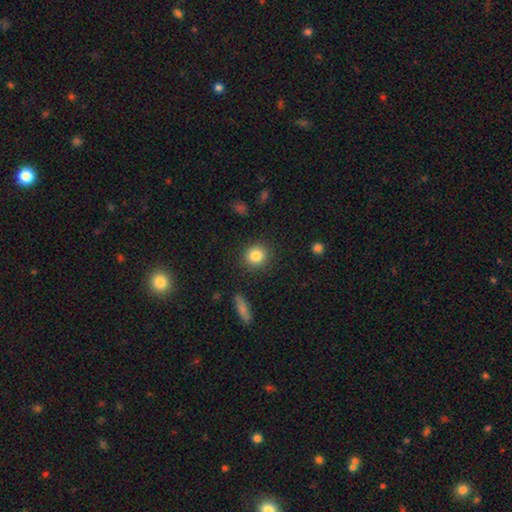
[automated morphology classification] Smooth or featured? Predicted: smooth (p=0.84). How rounded? Predicted: round (p=0.89). Merging? Predicted: none (p=0.89).